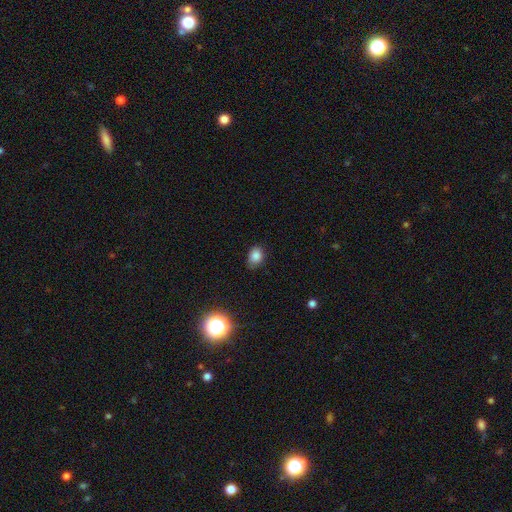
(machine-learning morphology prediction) This is clearly a smooth galaxy (84%). How rounded: likely in between (61%). Merging: likely none (70%).